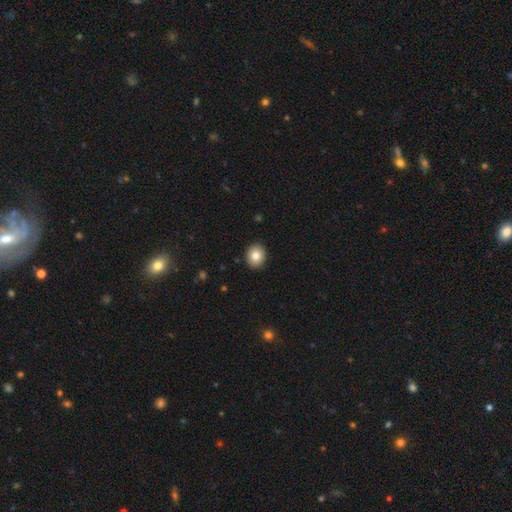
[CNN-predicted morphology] Smooth or featured? smooth (82%)
How rounded? round (67%)
Merging? none (91%)